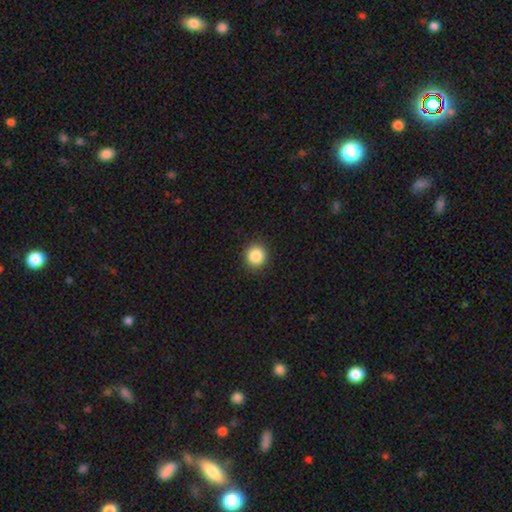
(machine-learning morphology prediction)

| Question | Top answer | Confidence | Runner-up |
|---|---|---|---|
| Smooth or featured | smooth | 87% | star or artifact (9%) |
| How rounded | round | 92% | in between (7%) |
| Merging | none | 92% | minor disturbance (5%) |